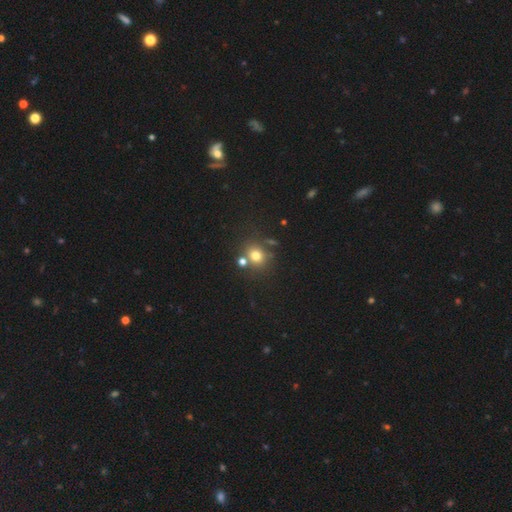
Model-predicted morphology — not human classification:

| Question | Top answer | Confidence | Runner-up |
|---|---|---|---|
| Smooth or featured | smooth | 73% | star or artifact (17%) |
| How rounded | round | 78% | in between (21%) |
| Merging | none | 67% | merger (18%) |